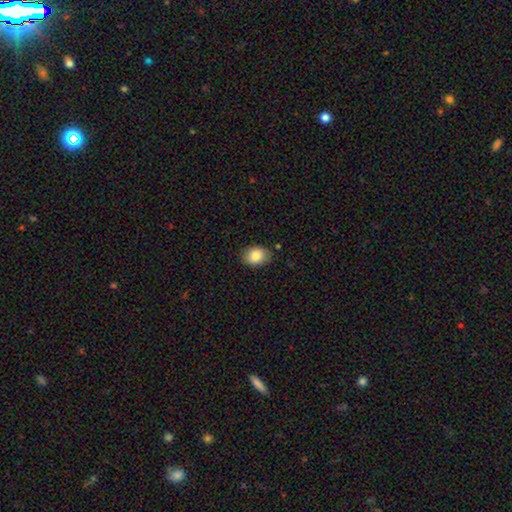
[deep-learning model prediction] Smooth or featured? smooth (85%)
How rounded? in between (73%)
Merging? none (84%)